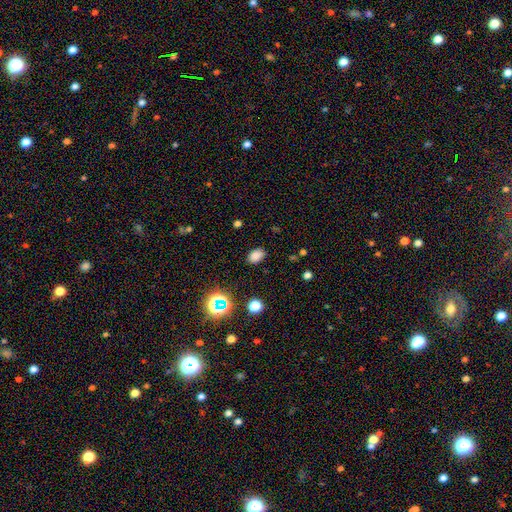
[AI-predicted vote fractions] This appears to be a smooth galaxy with no disk features (80%) that is in between round and cigar-shaped (82%). Merging: none (85%).